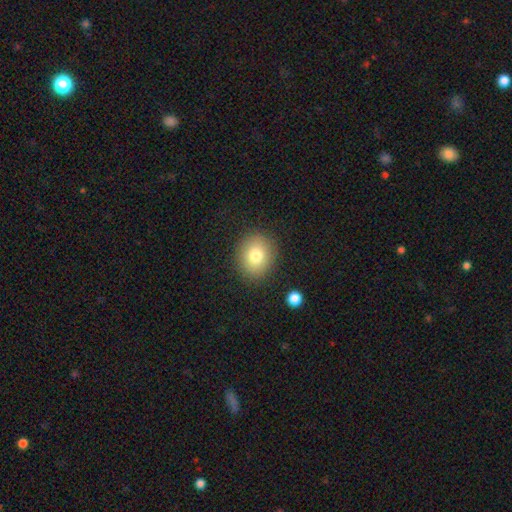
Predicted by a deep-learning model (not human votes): smooth 79%, star or artifact 11%, featured or disk 11%. Down the decision tree: how rounded — round (67%); merging — none (88%).